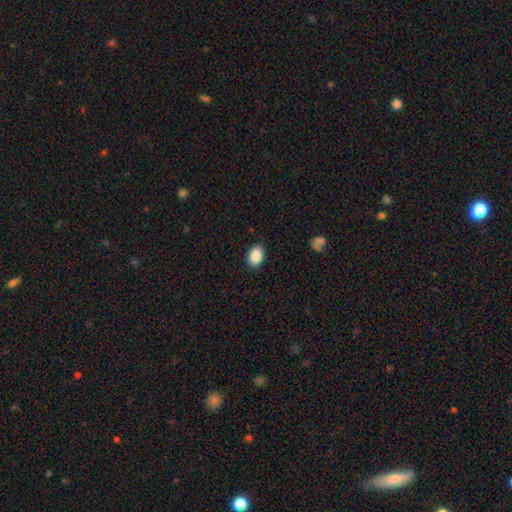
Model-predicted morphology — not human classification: Smooth or featured? smooth (88%)
How rounded? in between (80%)
Merging? none (87%)